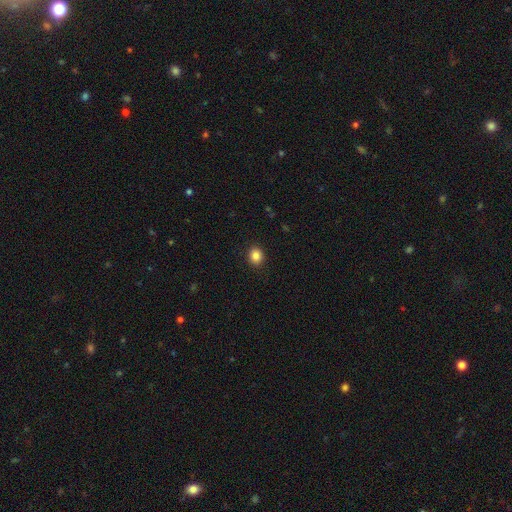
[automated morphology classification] The model was most divided on "how rounded": round: 74%, in between: 25%, cigar-shaped: 1%. More confident: merging — none (91%); smooth or featured — smooth (85%).